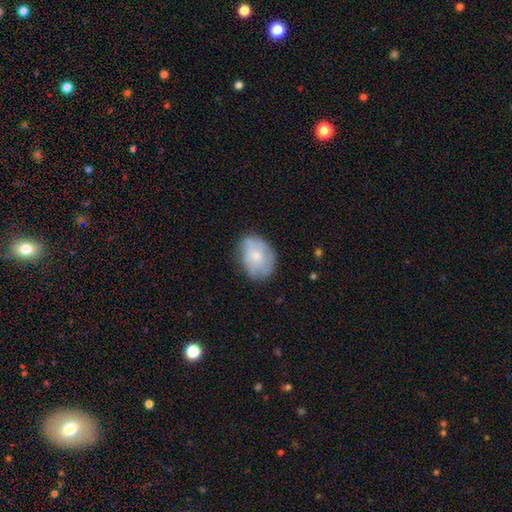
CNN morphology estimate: Overall: smooth (59%; featured or disk 33%). How rounded: in between (69%; round 30%). Merging: none (64%; minor disturbance 26%).